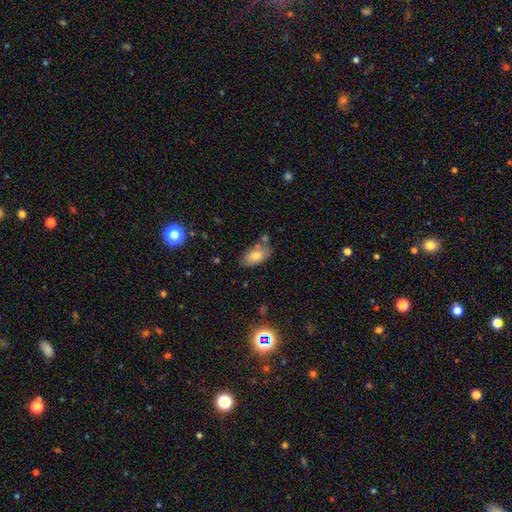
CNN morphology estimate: smooth-or-featured: smooth: 77% | featured or disk: 15% | star or artifact: 8%
  how-rounded: in between: 93% | round: 4% | cigar-shaped: 3%
  merging: none: 69% | minor disturbance: 16% | merger: 11% | major disturbance: 4%